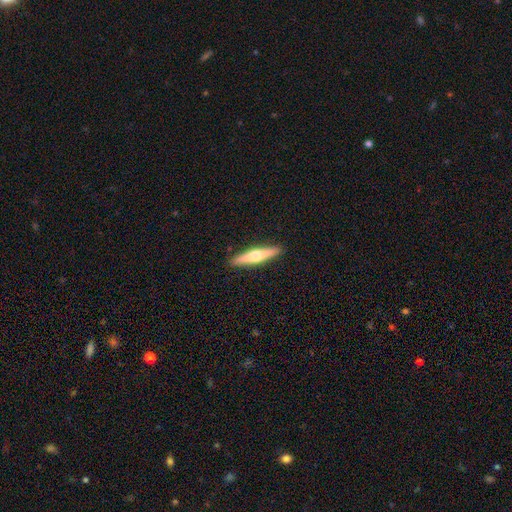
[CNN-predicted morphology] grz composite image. It shows a featured or disk galaxy (54%) viewed edge-on (96%) with a rounded central bulge (92%). Merging: none (91%).